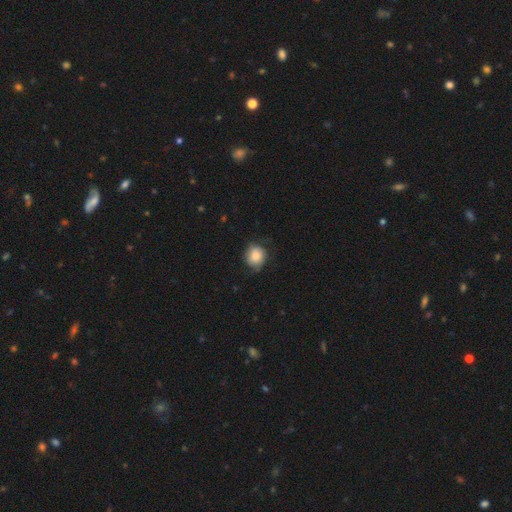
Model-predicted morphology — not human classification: smooth 79%, featured or disk 13%, star or artifact 8%. Down the decision tree: how rounded — round (76%); merging — none (65%).